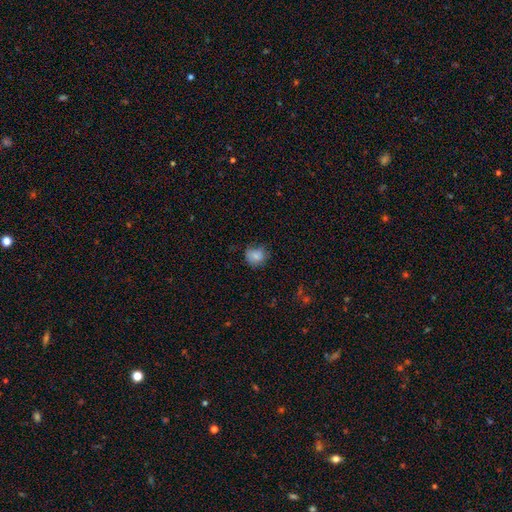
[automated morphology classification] Overall: smooth (83%). How rounded: round (75%). Merging: none (69%).